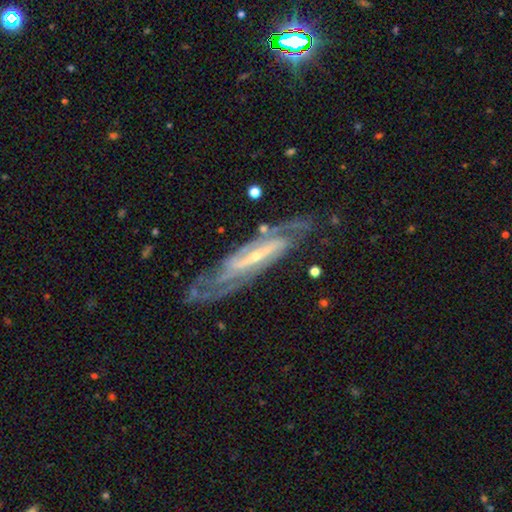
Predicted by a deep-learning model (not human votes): Smooth or featured: featured or disk — 89% (smooth — 6%)
Edge-on disk: no — 79% (yes — 21%)
Bar: strong — 54% (weak — 28%)
Spiral arms: yes — 96% (no — 4%)
Spiral winding: tight — 46% (medium — 42%)
Spiral arm count: 2 — 70% (can't tell — 13%)
Bulge size: small — 77% (moderate — 19%)
Merging: none — 76% (minor disturbance — 16%)